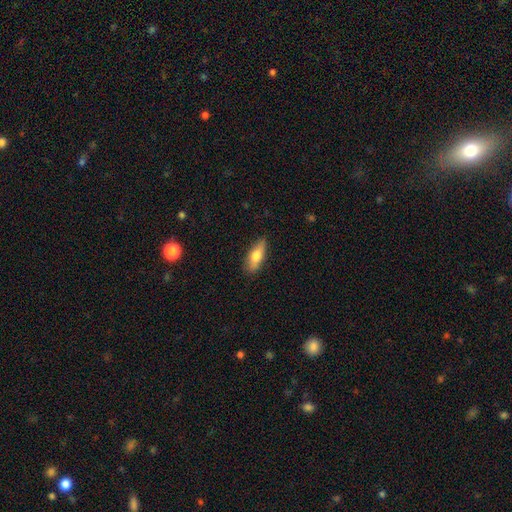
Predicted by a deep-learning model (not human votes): A smooth galaxy with no disk features (70%) that is in between round and cigar-shaped (63%). Merging: none (83%).